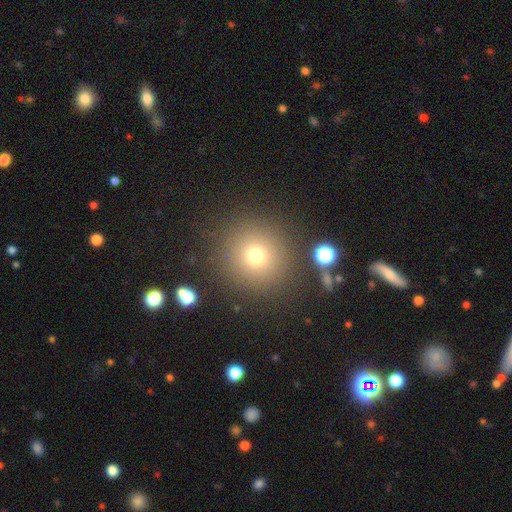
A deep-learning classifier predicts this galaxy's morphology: Overall: smooth (73%). How rounded: round (94%). Merging: none (86%).